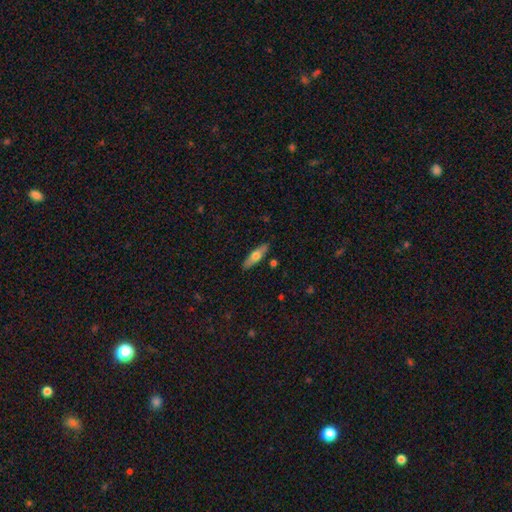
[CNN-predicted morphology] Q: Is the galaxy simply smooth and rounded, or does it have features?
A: smooth — 54%.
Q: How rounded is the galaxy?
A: cigar-shaped — 61%.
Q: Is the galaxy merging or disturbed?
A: none — 88%.